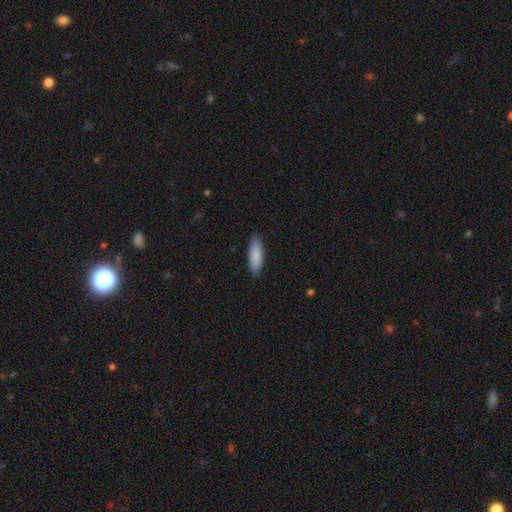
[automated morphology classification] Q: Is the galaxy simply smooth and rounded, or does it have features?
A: smooth — 86%.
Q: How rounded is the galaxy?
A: cigar-shaped — 54%.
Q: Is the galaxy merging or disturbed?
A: none — 88%.